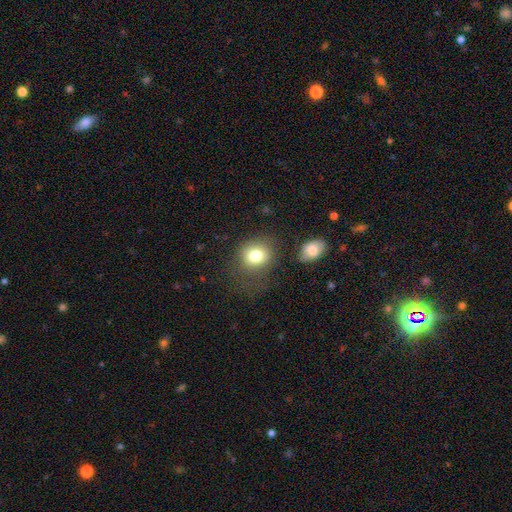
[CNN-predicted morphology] This is likely a smooth galaxy (79%). How rounded: likely round (69%). Merging: likely none (65%).